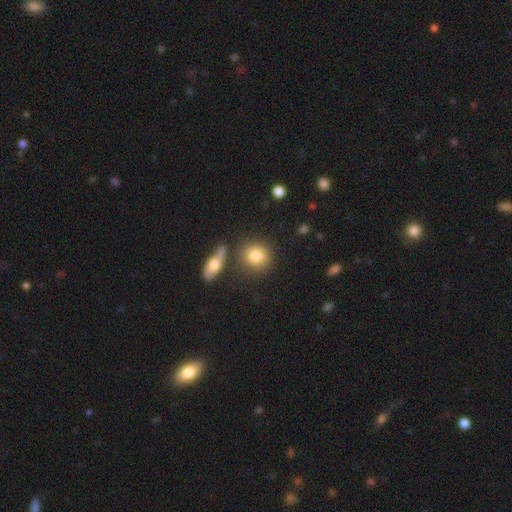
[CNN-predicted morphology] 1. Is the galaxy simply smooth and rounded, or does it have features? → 81% smooth, 11% featured or disk, 8% star or artifact.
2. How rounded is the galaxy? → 81% round, 17% in between, 2% cigar-shaped.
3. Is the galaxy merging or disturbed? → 75% none, 11% merger, 10% minor disturbance, 4% major disturbance.